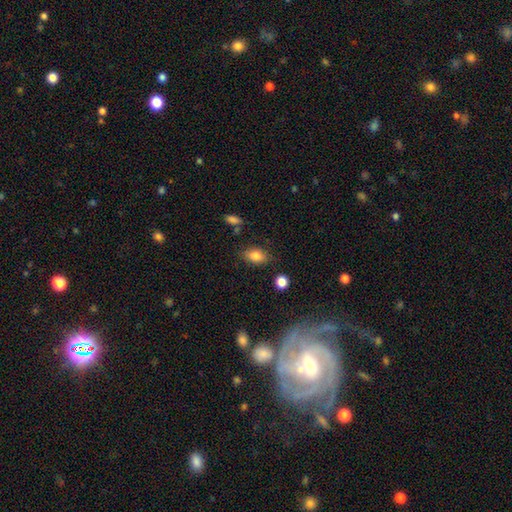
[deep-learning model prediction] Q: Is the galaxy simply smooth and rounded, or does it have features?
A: smooth — 83%.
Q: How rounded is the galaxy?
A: in between — 85%.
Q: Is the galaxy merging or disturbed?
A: none — 79%.